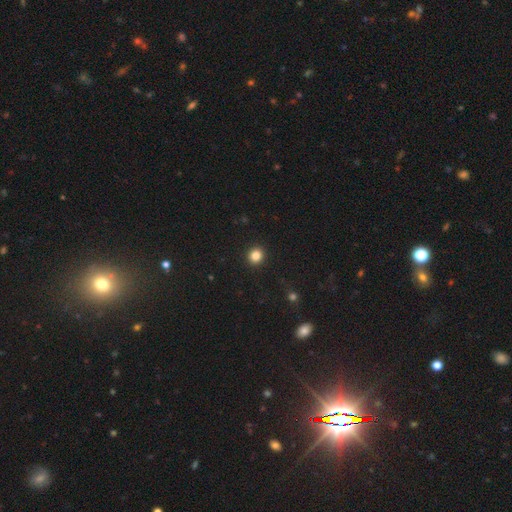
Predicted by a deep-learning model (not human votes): smooth-or-featured: smooth: 84% | star or artifact: 11% | featured or disk: 4%
  how-rounded: round: 88% | in between: 12% | cigar-shaped: 1%
  merging: none: 93% | minor disturbance: 5% | major disturbance: 2% | merger: 1%